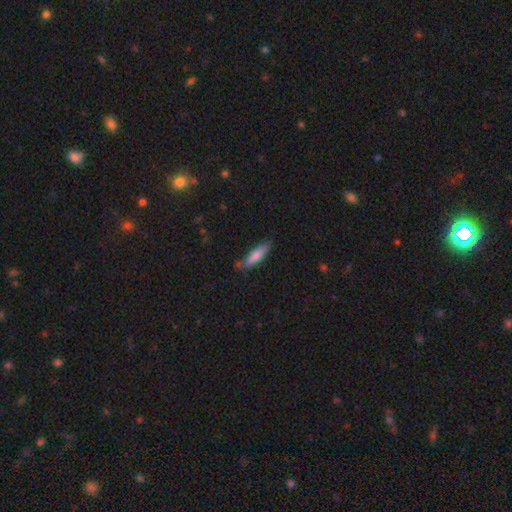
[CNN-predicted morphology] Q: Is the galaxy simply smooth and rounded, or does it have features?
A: smooth — 79%.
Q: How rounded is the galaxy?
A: cigar-shaped — 64%.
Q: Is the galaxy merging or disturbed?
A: none — 71%.